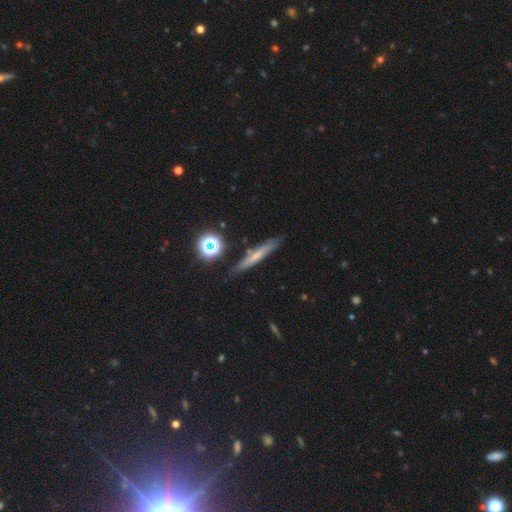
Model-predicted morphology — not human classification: smooth 52%, featured or disk 35%, star or artifact 13%. Down the decision tree: how rounded — cigar-shaped (88%); merging — none (82%).